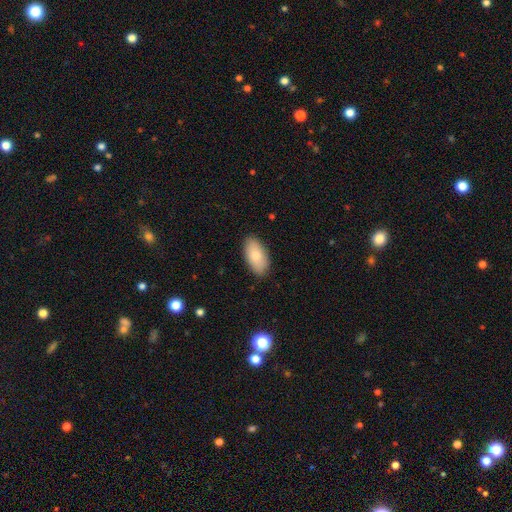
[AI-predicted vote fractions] Morphology: type=smooth (81%); roundness=in between (94%); merging=none (86%).